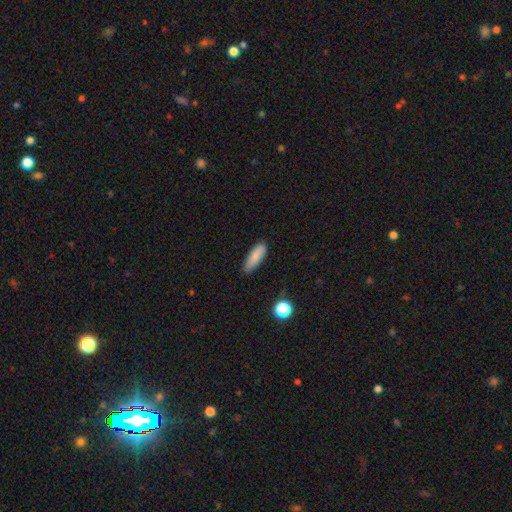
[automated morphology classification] Smooth or featured? smooth (85%)
How rounded? in between (56%)
Merging? none (81%)